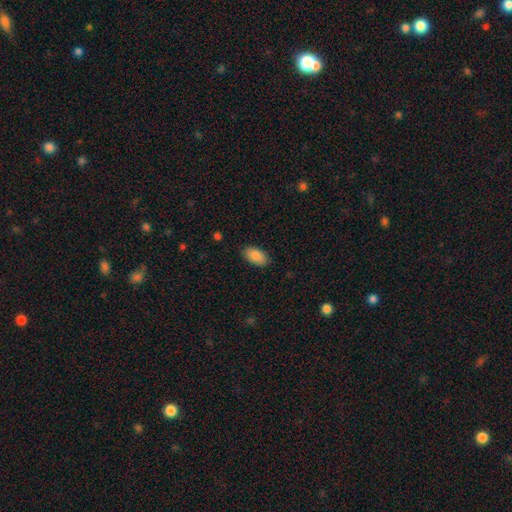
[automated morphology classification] smooth 86%, featured or disk 7%, star or artifact 7%. Down the decision tree: how rounded — in between (95%); merging — none (87%).